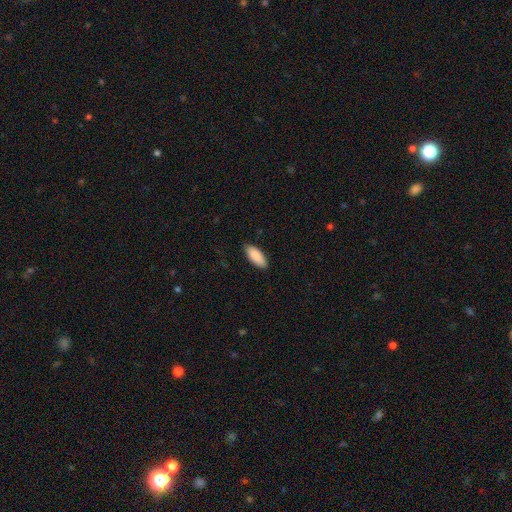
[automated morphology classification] This is clearly a smooth galaxy (90%). How rounded: clearly in between (84%). Merging: clearly none (87%).